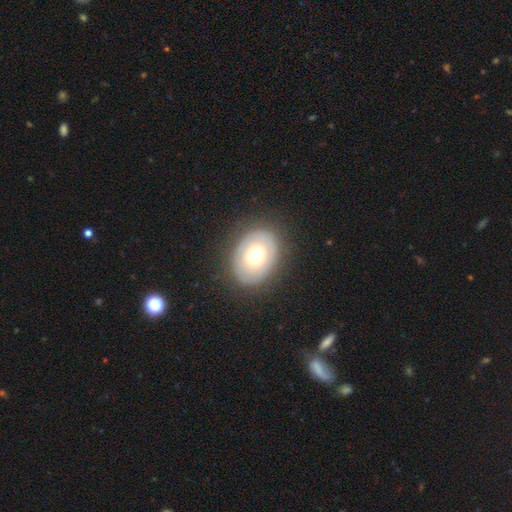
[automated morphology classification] A smooth galaxy with no disk features (63%) that is in between round and cigar-shaped (63%). Merging: none (84%).